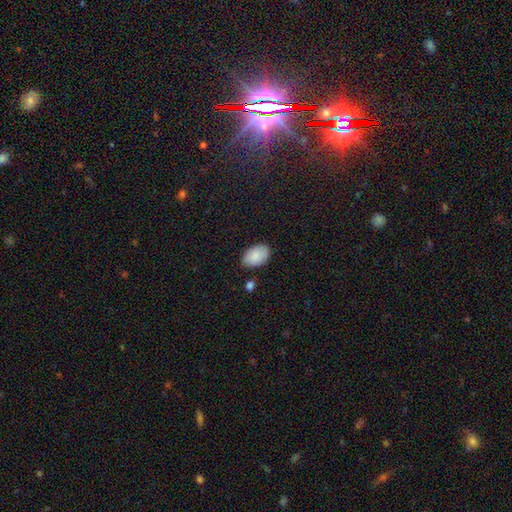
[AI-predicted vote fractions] A smooth galaxy with no disk features (89%) that is in between round and cigar-shaped (92%).

Vote fractions:
- Smooth or featured? smooth: 89% / star or artifact: 6% / featured or disk: 5%
- How rounded? in between: 92% / round: 6% / cigar-shaped: 1%
- Merging? none: 82% / minor disturbance: 13% / major disturbance: 3% / merger: 3%